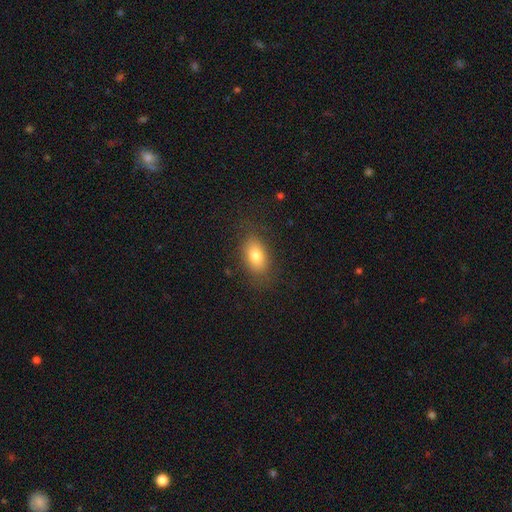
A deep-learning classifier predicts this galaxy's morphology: A smooth galaxy with no disk features (79%) that is in between round and cigar-shaped (85%). Merging: none (81%).